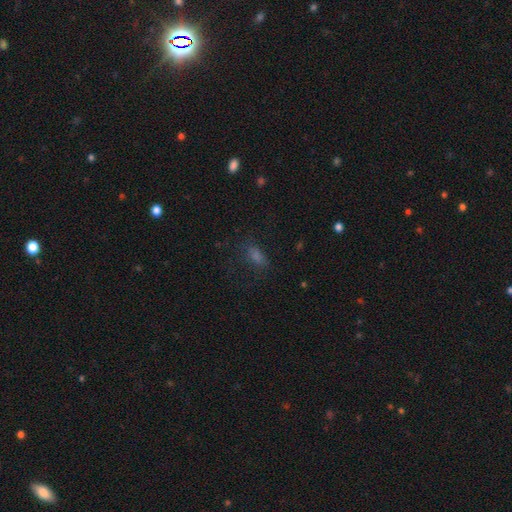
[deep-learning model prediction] The model was most divided on "smooth or featured": smooth: 60%, star or artifact: 27%, featured or disk: 13%. More confident: how rounded — in between (75%); merging — none (71%).